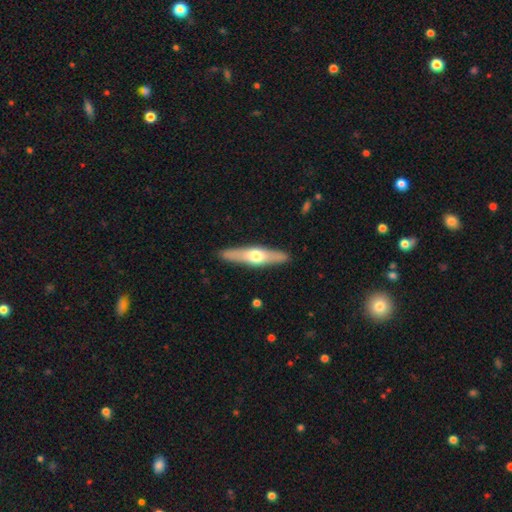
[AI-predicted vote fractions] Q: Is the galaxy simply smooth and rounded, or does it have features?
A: featured or disk — 57%.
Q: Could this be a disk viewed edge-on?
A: yes — 92%.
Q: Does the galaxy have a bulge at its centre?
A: rounded — 93%.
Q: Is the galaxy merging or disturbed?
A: none — 90%.